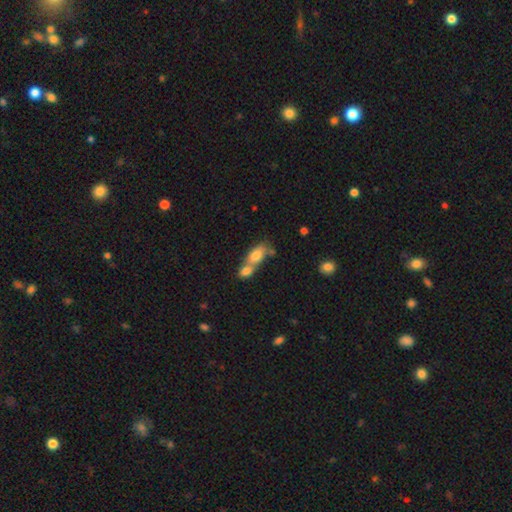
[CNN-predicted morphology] smooth_or_featured: smooth (p=0.76) [alt: featured or disk p=0.16]
how_rounded: in between (p=0.81) [alt: cigar-shaped p=0.11]
merging: merger (p=0.66) [alt: none p=0.24]